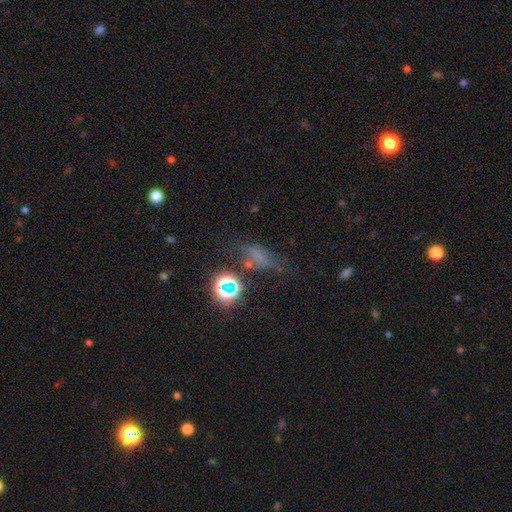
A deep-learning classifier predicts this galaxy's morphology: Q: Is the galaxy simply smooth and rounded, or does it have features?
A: star or artifact — 48%.